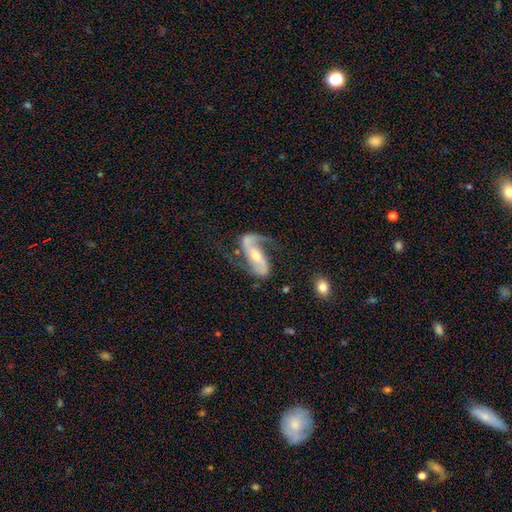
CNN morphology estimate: Smooth or featured: featured or disk — 84% (smooth — 10%)
Edge-on disk: no — 93% (yes — 7%)
Bar: strong — 41% (weak — 31%)
Spiral arms: yes — 94% (no — 6%)
Spiral winding: loose — 53% (medium — 35%)
Spiral arm count: 2 — 80% (1 — 13%)
Bulge size: moderate — 54% (small — 39%)
Merging: none — 54% (major disturbance — 22%)